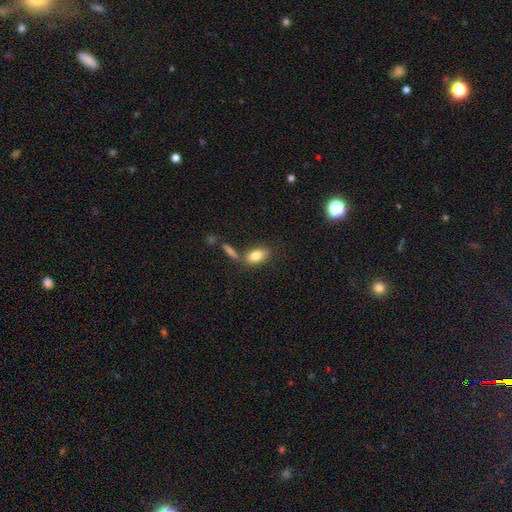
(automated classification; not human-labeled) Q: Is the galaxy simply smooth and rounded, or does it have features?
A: smooth — 80%.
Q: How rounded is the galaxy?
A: in between — 88%.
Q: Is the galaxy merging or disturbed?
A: none — 65%.